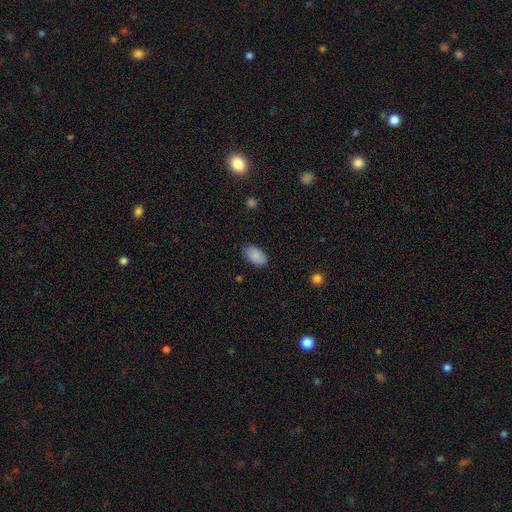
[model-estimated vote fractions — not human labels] Smooth or featured?
  - smooth: 89% *
  - star or artifact: 7%
  - featured or disk: 4%
How rounded?
  - in between: 94% *
  - round: 4%
  - cigar-shaped: 2%
Merging?
  - none: 85% *
  - minor disturbance: 12%
  - major disturbance: 2%
  - merger: 1%